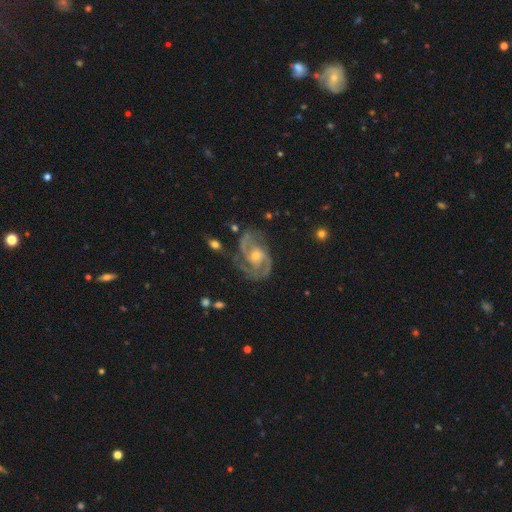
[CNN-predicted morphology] type=featured or disk (90%); edge-on=no (98%); bar=no (57%); spiral arms=yes (98%); winding=medium (53%); arm count=2 (68%); bulge=small (49%); merging=none (67%).